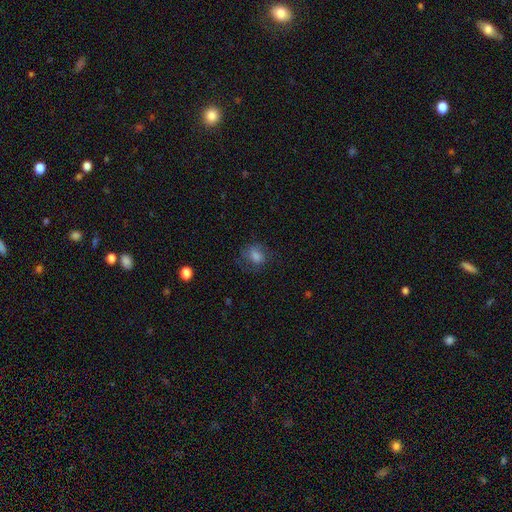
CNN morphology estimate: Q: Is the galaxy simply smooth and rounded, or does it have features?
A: smooth — 61%.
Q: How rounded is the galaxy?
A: round — 52%.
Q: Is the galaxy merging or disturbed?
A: none — 64%.